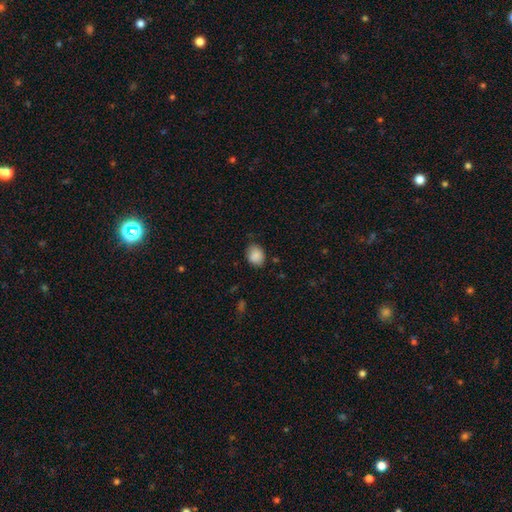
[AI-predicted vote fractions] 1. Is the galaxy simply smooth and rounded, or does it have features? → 87% smooth, 8% star or artifact, 5% featured or disk.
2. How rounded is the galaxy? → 52% in between, 47% round, 1% cigar-shaped.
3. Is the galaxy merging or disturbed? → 75% none, 20% minor disturbance, 4% major disturbance, 1% merger.